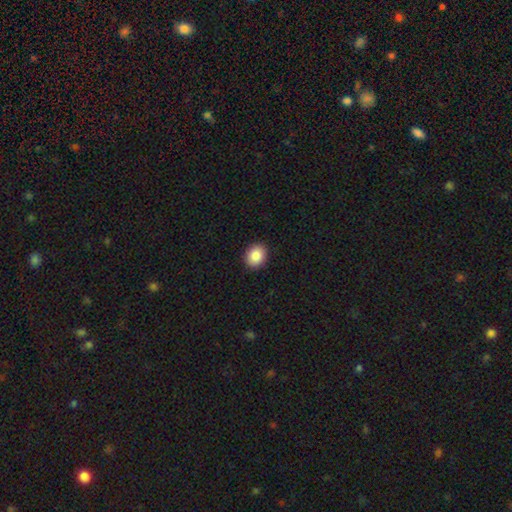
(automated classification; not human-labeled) Smooth or featured?
  - smooth: 86% *
  - star or artifact: 8%
  - featured or disk: 5%
How rounded?
  - round: 55% *
  - in between: 44%
  - cigar-shaped: 1%
Merging?
  - none: 91% *
  - minor disturbance: 6%
  - major disturbance: 2%
  - merger: 1%